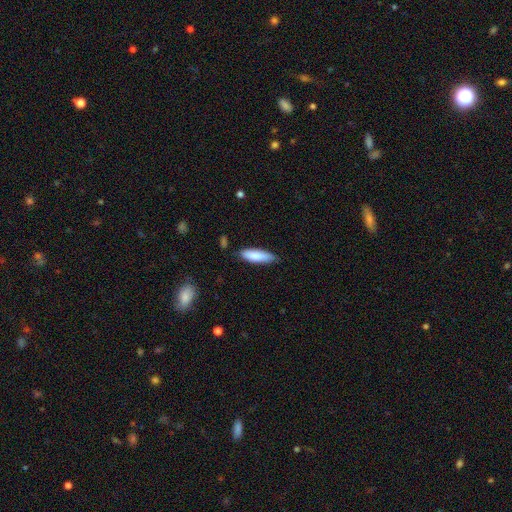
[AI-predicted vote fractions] Smooth or featured?
  - smooth: 85% *
  - featured or disk: 9%
  - star or artifact: 6%
How rounded?
  - cigar-shaped: 53% *
  - in between: 46%
  - round: 1%
Merging?
  - none: 78% *
  - minor disturbance: 17%
  - major disturbance: 3%
  - merger: 2%